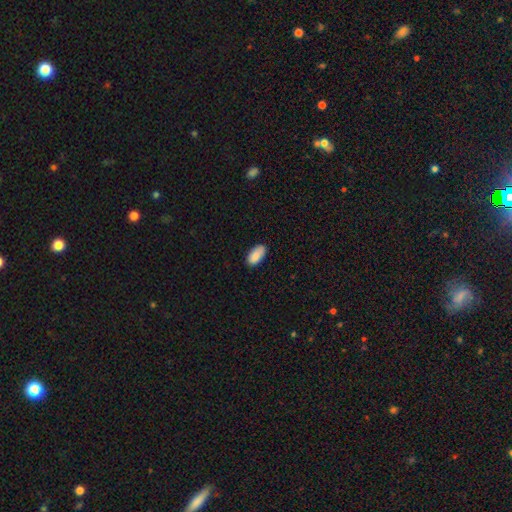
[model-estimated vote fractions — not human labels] smooth_or_featured: smooth (p=0.87) [alt: star or artifact p=0.07]
how_rounded: in between (p=0.94) [alt: cigar-shaped p=0.04]
merging: none (p=0.79) [alt: minor disturbance p=0.17]